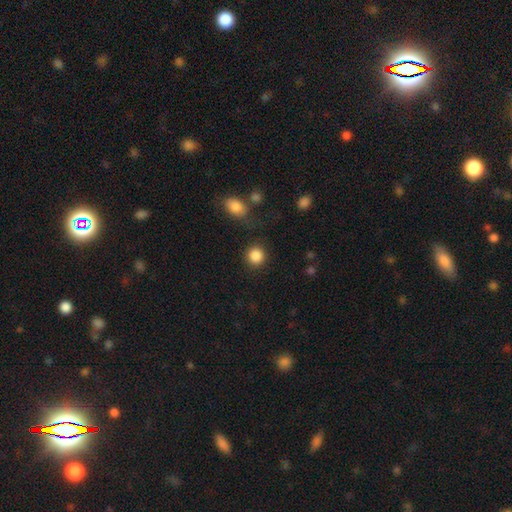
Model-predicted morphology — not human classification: Smooth or featured?
  - smooth: 87% *
  - star or artifact: 9%
  - featured or disk: 3%
How rounded?
  - round: 91% *
  - in between: 8%
  - cigar-shaped: 1%
Merging?
  - none: 87% *
  - minor disturbance: 7%
  - major disturbance: 3%
  - merger: 3%